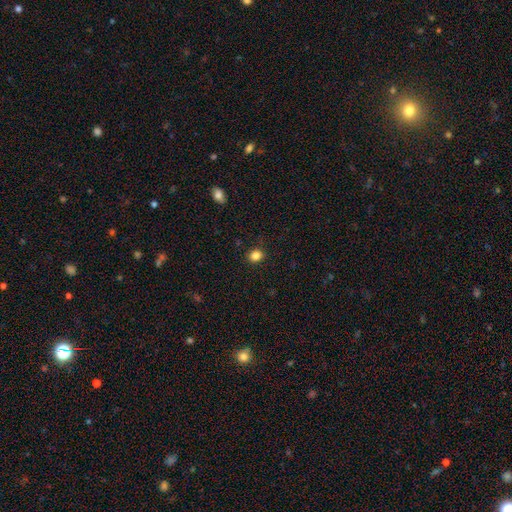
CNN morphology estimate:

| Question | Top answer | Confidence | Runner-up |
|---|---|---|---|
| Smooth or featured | smooth | 84% | star or artifact (11%) |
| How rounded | round | 67% | in between (32%) |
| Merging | none | 89% | minor disturbance (8%) |